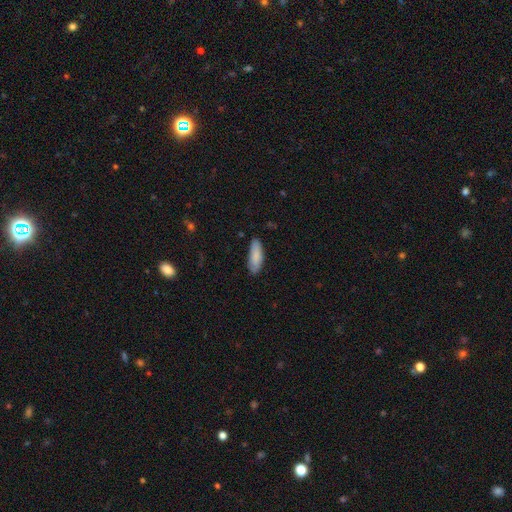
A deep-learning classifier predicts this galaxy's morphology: smooth_or_featured: smooth (p=0.86) [alt: featured or disk p=0.08]
how_rounded: in between (p=0.64) [alt: cigar-shaped p=0.34]
merging: none (p=0.82) [alt: minor disturbance p=0.14]